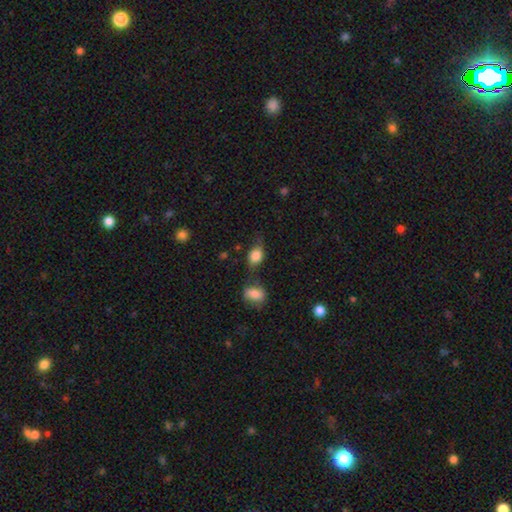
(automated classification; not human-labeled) Overall: smooth (80%). How rounded: in between (69%). Merging: none (54%; minor disturbance 26%).